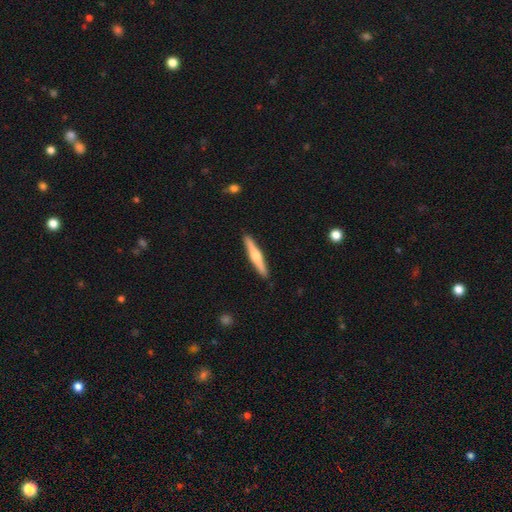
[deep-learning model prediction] A featured or disk galaxy (54%) viewed edge-on (97%) with a rounded central bulge (85%). Merging: none (91%).